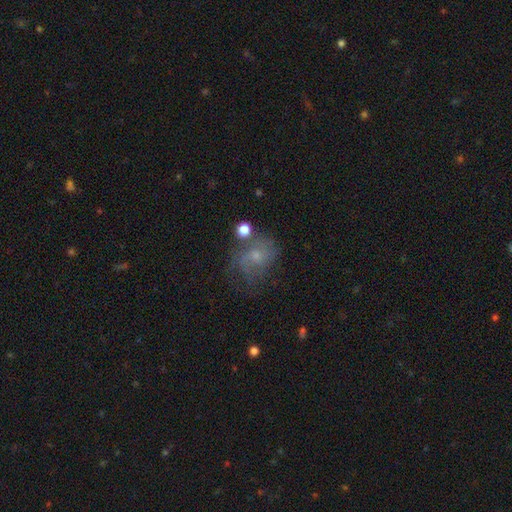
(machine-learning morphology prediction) A featured or disk galaxy (48%).

Vote fractions:
- Smooth or featured? featured or disk: 48% / smooth: 37% / star or artifact: 14%
- Merging? none: 43% / major disturbance: 25% / minor disturbance: 25% / merger: 7%